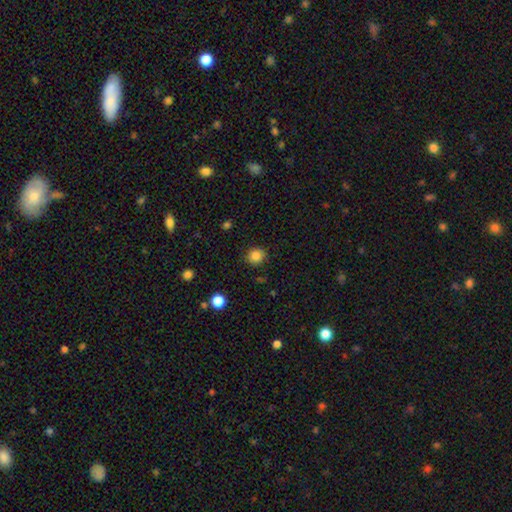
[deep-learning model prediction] A smooth galaxy with no disk features (85%) that is round (88%).

Vote fractions:
- Smooth or featured? smooth: 85% / star or artifact: 11% / featured or disk: 4%
- How rounded? round: 88% / in between: 11% / cigar-shaped: 1%
- Merging? none: 89% / minor disturbance: 8% / major disturbance: 2% / merger: 1%